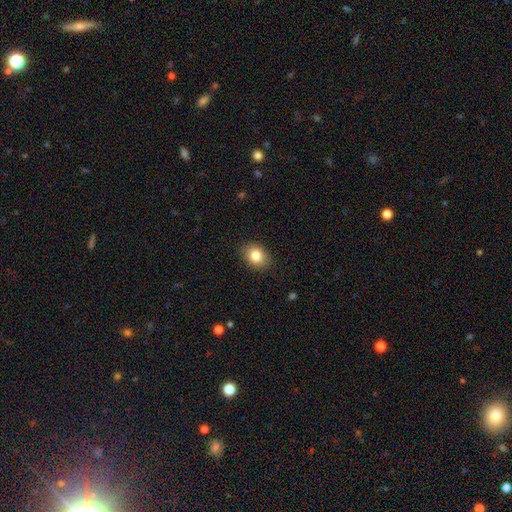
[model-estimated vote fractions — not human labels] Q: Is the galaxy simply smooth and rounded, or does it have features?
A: smooth — 83%.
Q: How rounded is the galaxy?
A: in between — 58%.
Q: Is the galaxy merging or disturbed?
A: none — 88%.